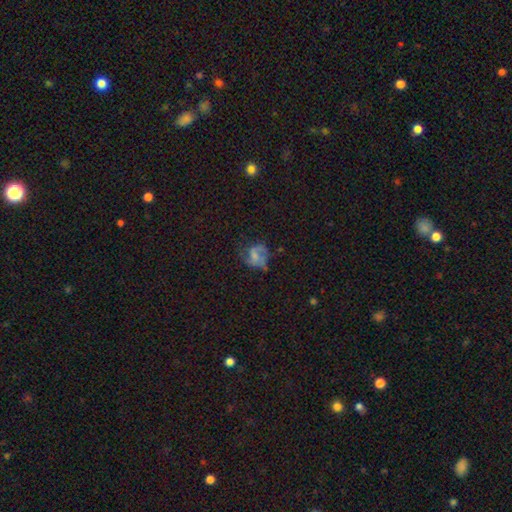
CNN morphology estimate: smooth_or_featured: featured or disk (p=0.50) [alt: smooth p=0.38]
merging: none (p=0.42) [alt: major disturbance p=0.29]